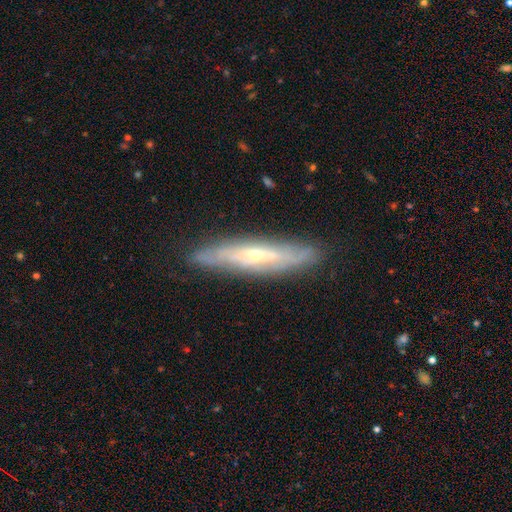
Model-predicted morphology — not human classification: Overall: featured or disk (72%). Edge-on disk: yes (66%; no 34%). Merging: none (85%).